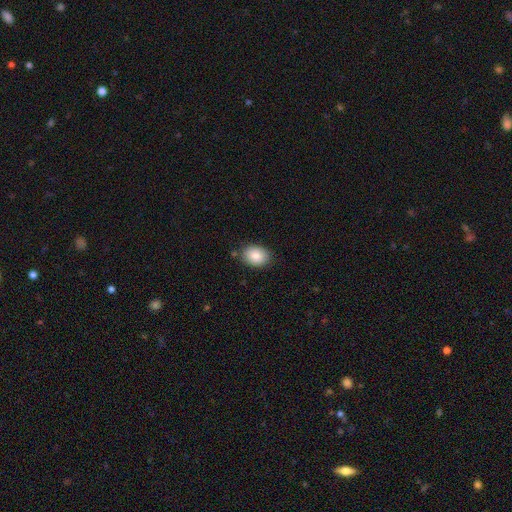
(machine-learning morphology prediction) A smooth galaxy with no disk features (86%) that is in between round and cigar-shaped (70%). Merging: none (83%).